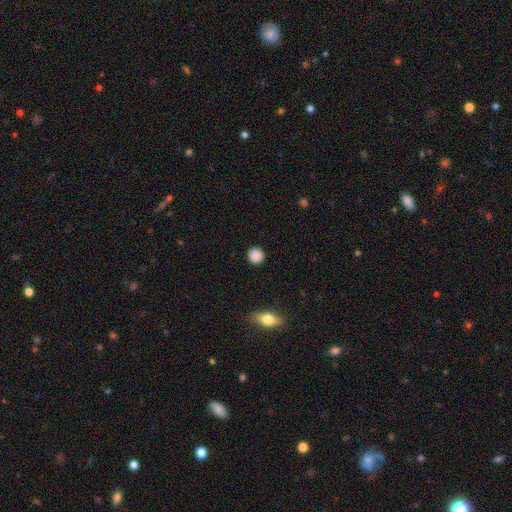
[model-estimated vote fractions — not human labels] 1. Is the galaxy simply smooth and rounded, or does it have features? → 87% smooth, 9% star or artifact, 3% featured or disk.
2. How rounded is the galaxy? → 92% round, 7% in between, 1% cigar-shaped.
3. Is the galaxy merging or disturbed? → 91% none, 6% minor disturbance, 2% major disturbance, 1% merger.